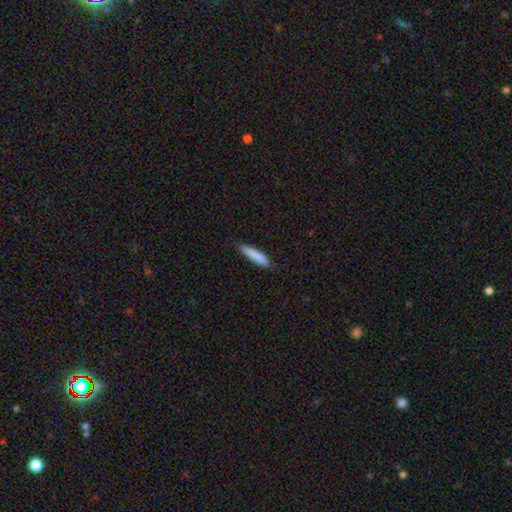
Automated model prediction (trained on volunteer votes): This appears to be a smooth galaxy with no disk features (85%) that is cigar-shaped (87%). Merging: none (86%).